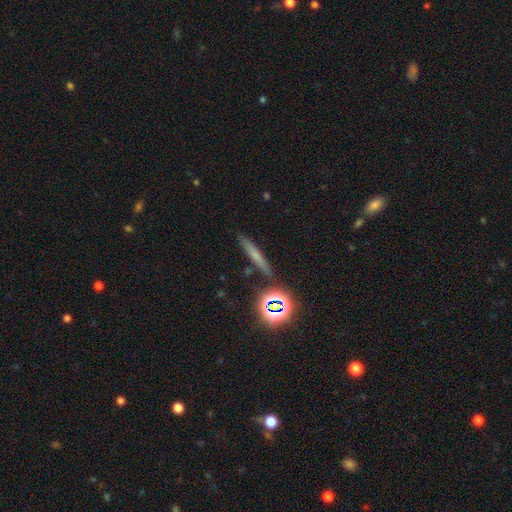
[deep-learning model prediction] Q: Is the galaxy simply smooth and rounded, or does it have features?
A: smooth — 55%.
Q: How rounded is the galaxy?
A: cigar-shaped — 86%.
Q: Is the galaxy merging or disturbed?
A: none — 85%.